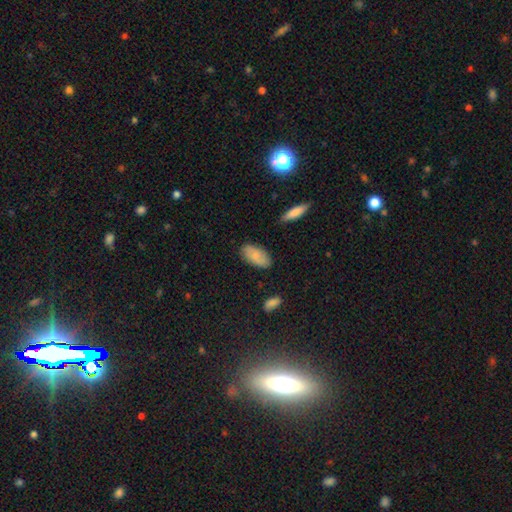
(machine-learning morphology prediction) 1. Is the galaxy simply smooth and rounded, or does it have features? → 76% smooth, 17% featured or disk, 7% star or artifact.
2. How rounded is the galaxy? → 93% in between, 4% cigar-shaped, 3% round.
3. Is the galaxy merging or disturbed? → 82% none, 13% minor disturbance, 3% major disturbance, 2% merger.